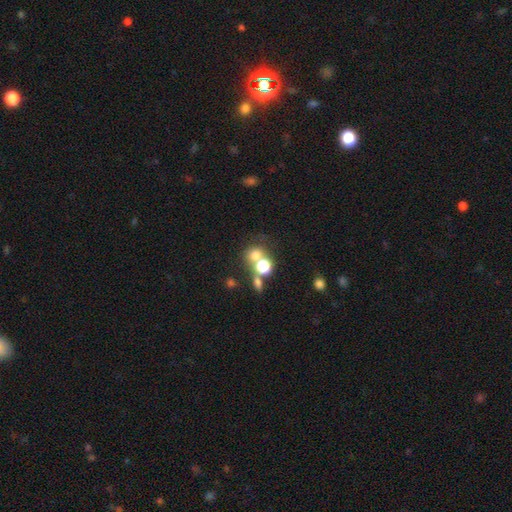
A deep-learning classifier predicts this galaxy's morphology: The model was most divided on "merging": none: 48%, merger: 37%, minor disturbance: 9%, major disturbance: 6%. More confident: how rounded — round (78%); smooth or featured — smooth (67%).